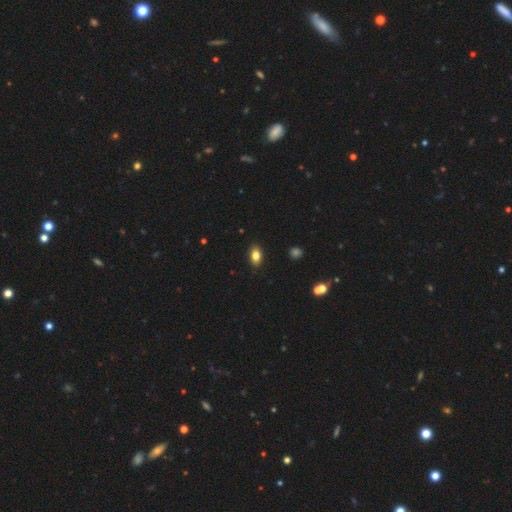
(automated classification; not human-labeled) Smooth or featured: smooth — 82% (star or artifact — 9%)
How rounded: in between — 88% (round — 9%)
Merging: none — 89% (minor disturbance — 8%)